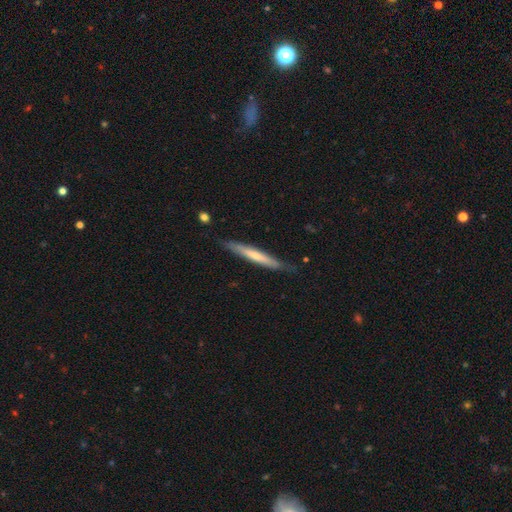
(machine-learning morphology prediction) Overall: smooth (51%; featured or disk 44%). How rounded: cigar-shaped (95%). Merging: none (80%).